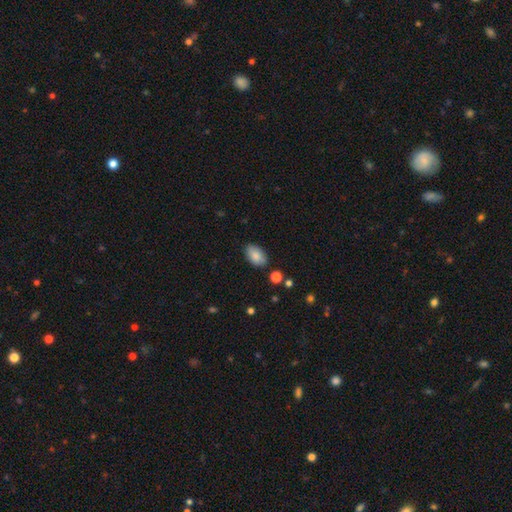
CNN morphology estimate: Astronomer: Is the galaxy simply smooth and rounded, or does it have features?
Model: smooth — 85%.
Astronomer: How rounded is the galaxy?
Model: in between — 93%.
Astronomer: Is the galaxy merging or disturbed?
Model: none — 84%.